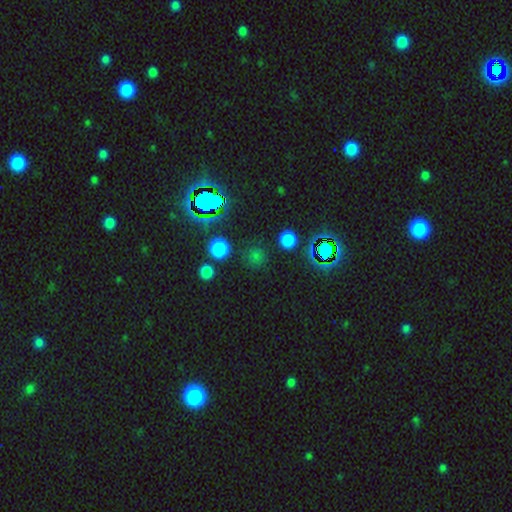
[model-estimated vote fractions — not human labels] Smooth or featured? smooth (59%)
How rounded? round (91%)
Merging? none (85%)